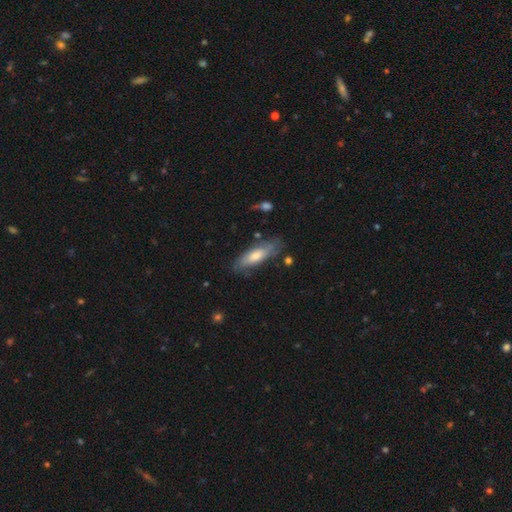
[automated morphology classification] Q: Smooth or featured?
A: smooth (48%); runner-up: featured or disk (45%)
Q: Merging?
A: none (71%); runner-up: minor disturbance (20%)